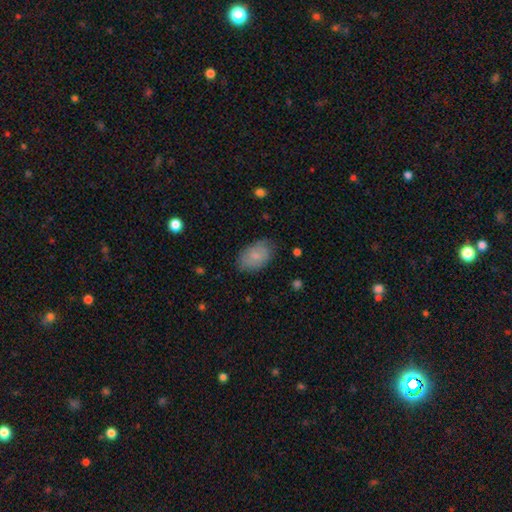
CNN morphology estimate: A smooth galaxy with no disk features (78%) that is in between round and cigar-shaped (90%).

Vote fractions:
- Smooth or featured? smooth: 78% / featured or disk: 15% / star or artifact: 7%
- How rounded? in between: 90% / round: 9% / cigar-shaped: 1%
- Merging? none: 77% / minor disturbance: 18% / major disturbance: 4% / merger: 1%